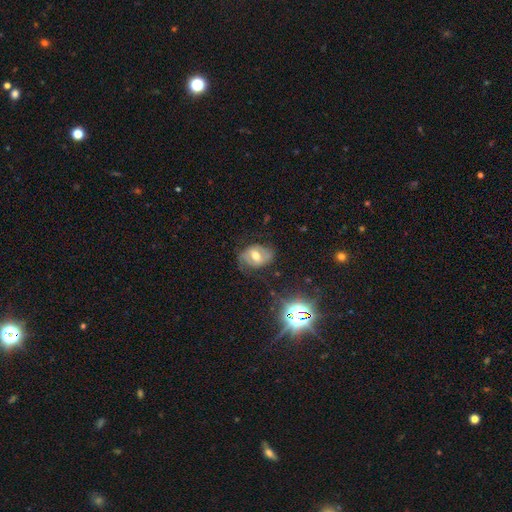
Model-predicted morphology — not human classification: smooth-or-featured: featured or disk: 52% | smooth: 36% | star or artifact: 12%
  disk-edge-on: no: 94% | yes: 6%
  merging: none: 66% | minor disturbance: 23% | major disturbance: 10% | merger: 2%